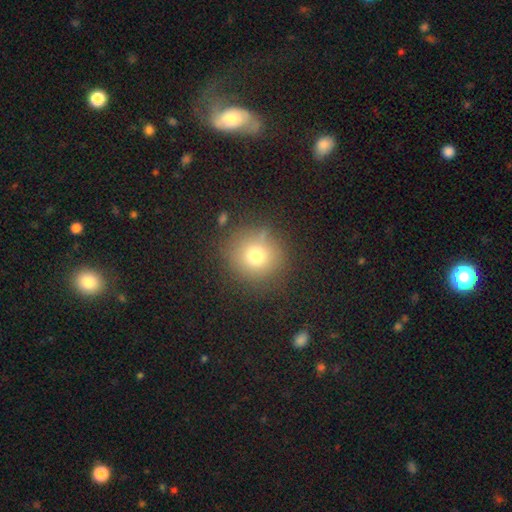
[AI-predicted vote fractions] Overall: smooth (73%). How rounded: round (90%). Merging: none (81%).